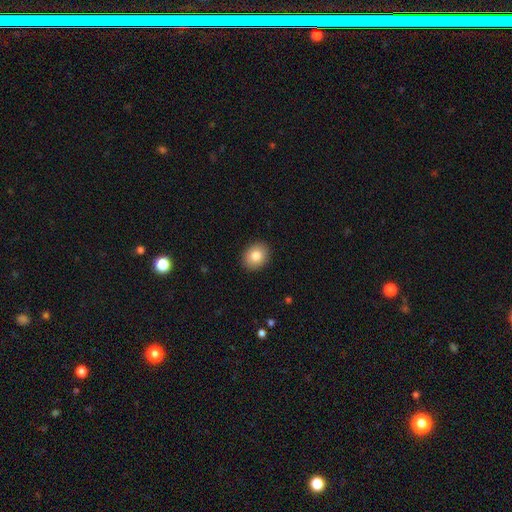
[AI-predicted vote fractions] Overall: smooth (82%). How rounded: round (50%, tied with in between). Merging: none (90%).